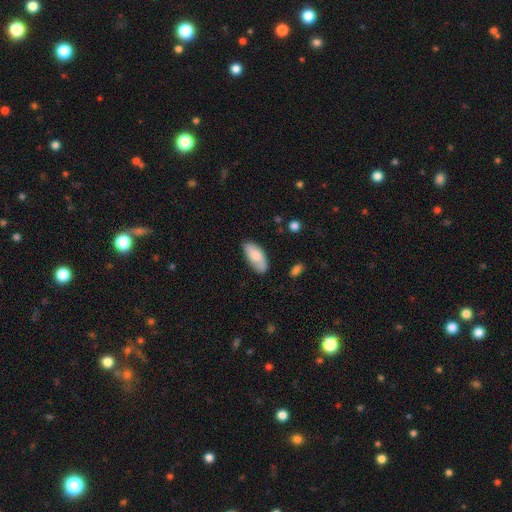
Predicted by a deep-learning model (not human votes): Q: Smooth or featured?
A: smooth (77%); runner-up: featured or disk (17%)
Q: How rounded?
A: in between (90%); runner-up: cigar-shaped (8%)
Q: Merging?
A: none (68%); runner-up: minor disturbance (24%)